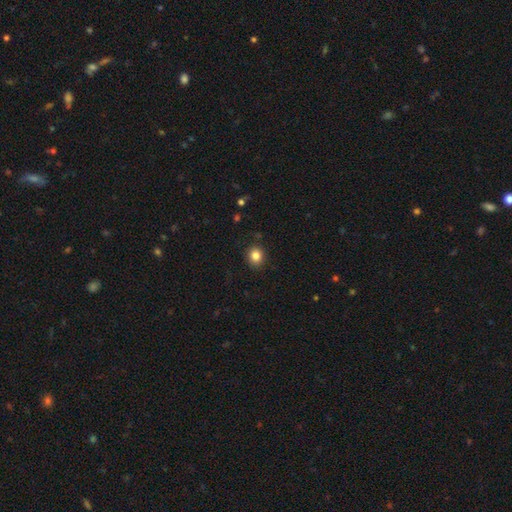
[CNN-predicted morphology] This is clearly a smooth galaxy (84%). How rounded: likely round (76%). Merging: clearly none (89%).